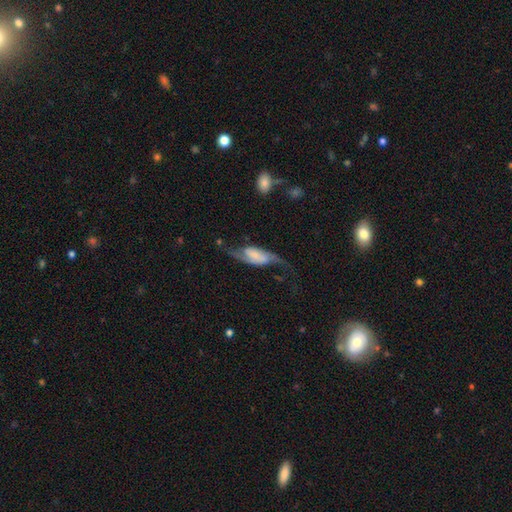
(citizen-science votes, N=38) This is likely a featured or disk galaxy (76%). It is clearly not viewed edge-on (86%). Bar: marginally weak (36%, tied with no). Spiral arm pattern: clearly yes (100%). Spiral arm count: clearly 2 (88%). Spiral winding: likely loose (64%). Central bulge: marginally small (40%). Merging: marginally none (37%, tied with major disturbance).